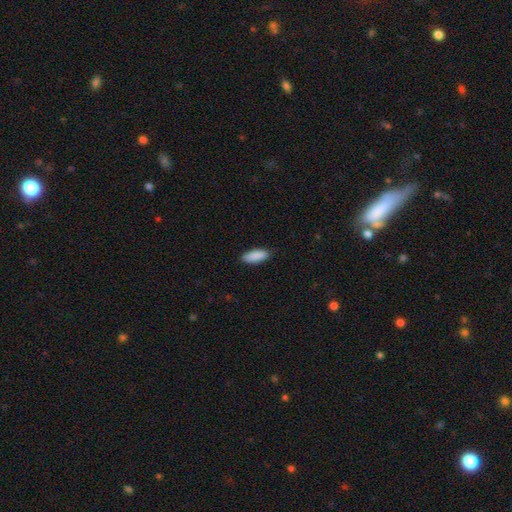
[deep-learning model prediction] Overall: smooth (91%). How rounded: in between (73%). Merging: none (89%).